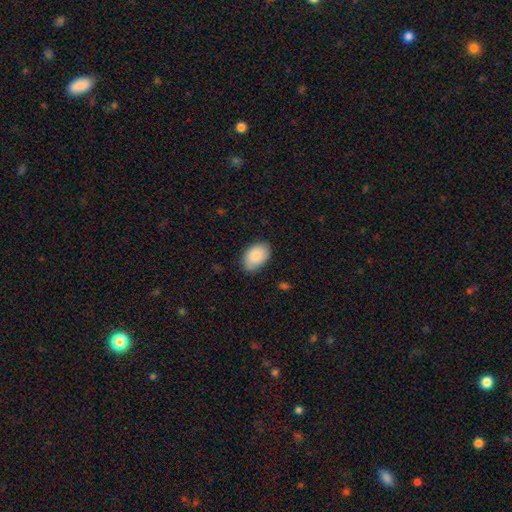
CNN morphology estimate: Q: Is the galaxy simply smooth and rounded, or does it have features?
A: smooth — 88%.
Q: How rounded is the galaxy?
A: in between — 90%.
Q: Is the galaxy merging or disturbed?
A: none — 78%.